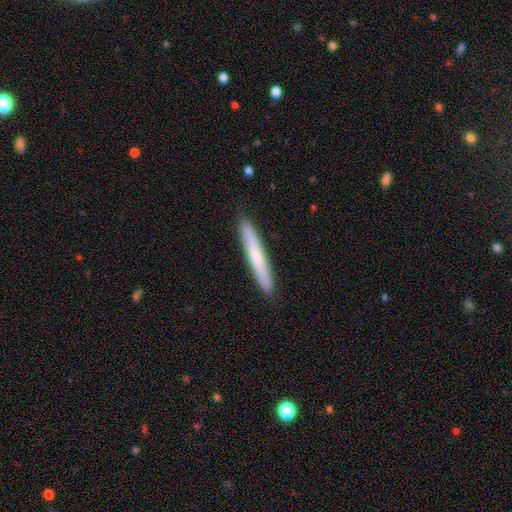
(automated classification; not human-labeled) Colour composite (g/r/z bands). It shows a smooth galaxy with no disk features (59%) that is cigar-shaped (96%). Merging: none (91%).